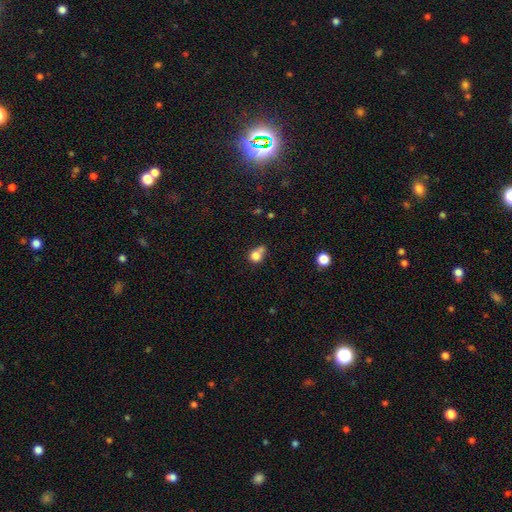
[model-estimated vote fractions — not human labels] Smooth or featured? smooth (79%)
How rounded? round (78%)
Merging? none (39%)